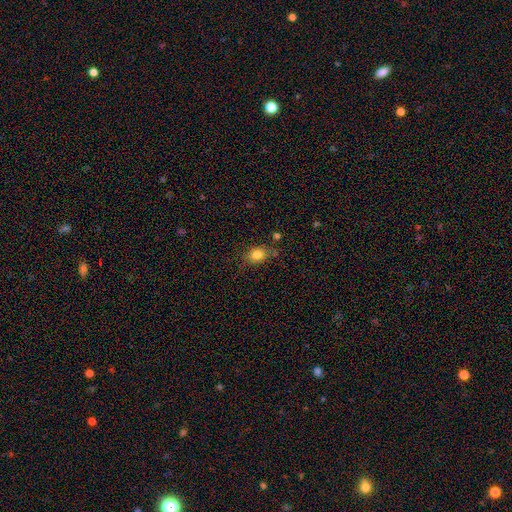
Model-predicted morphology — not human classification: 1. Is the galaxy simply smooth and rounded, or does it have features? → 78% smooth, 14% star or artifact, 7% featured or disk.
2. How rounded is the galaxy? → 50% in between, 48% round, 2% cigar-shaped.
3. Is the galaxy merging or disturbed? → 74% none, 17% minor disturbance, 5% merger, 4% major disturbance.